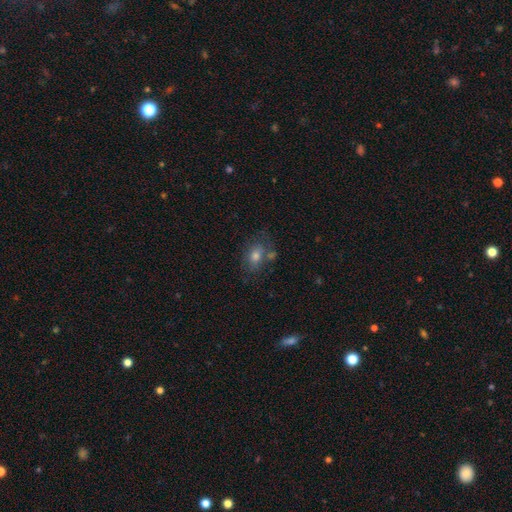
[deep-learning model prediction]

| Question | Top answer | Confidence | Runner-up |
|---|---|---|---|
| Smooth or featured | smooth | 62% | featured or disk (22%) |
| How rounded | in between | 63% | round (35%) |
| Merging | none | 60% | minor disturbance (18%) |